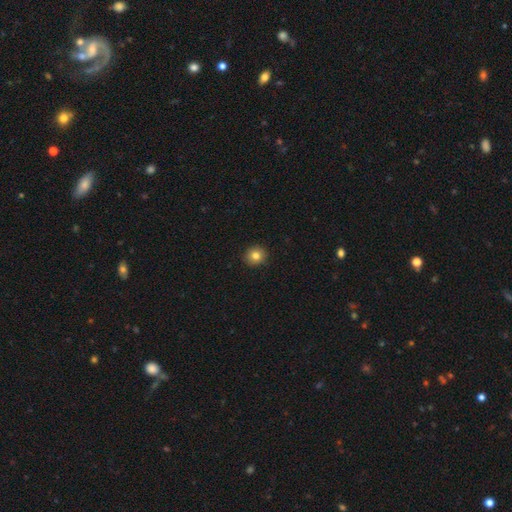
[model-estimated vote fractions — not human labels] Smooth or featured? Predicted: smooth (p=0.82). How rounded? Predicted: round (p=0.90). Merging? Predicted: none (p=0.92).